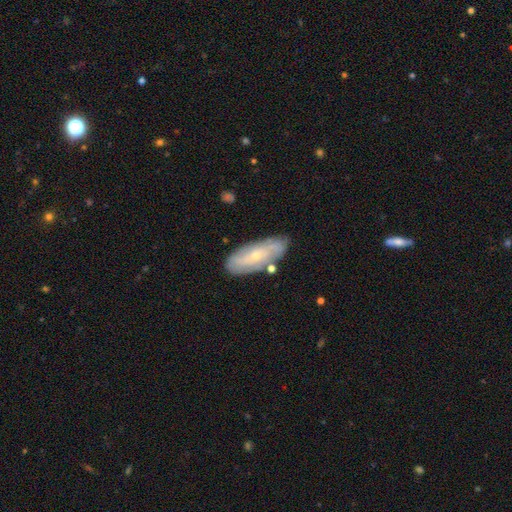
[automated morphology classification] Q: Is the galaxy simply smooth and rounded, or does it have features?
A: featured or disk — 61%.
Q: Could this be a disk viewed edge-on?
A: no — 83%.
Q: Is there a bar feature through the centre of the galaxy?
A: no — 72%.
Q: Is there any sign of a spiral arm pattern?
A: yes — 73%.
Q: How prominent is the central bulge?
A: small — 72%.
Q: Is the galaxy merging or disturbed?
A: none — 77%.